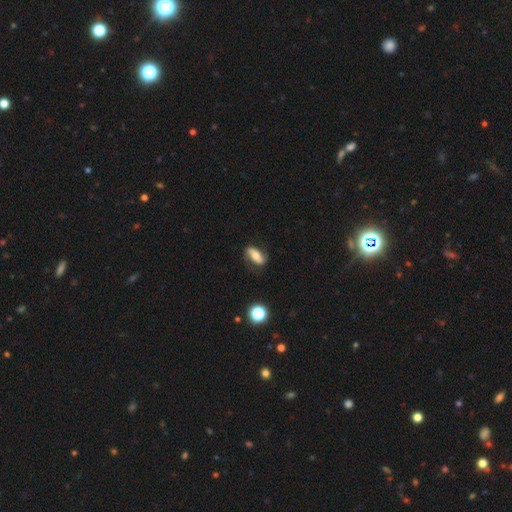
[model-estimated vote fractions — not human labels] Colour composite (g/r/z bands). It shows a featured or disk galaxy (47%). Merging: none (71%).